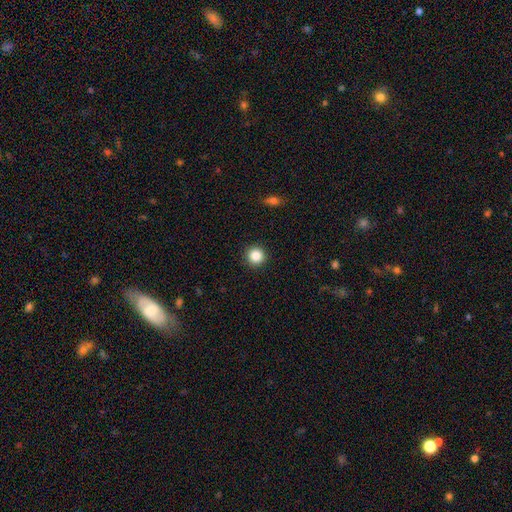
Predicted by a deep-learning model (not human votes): Smooth or featured? smooth (85%)
How rounded? round (95%)
Merging? none (93%)